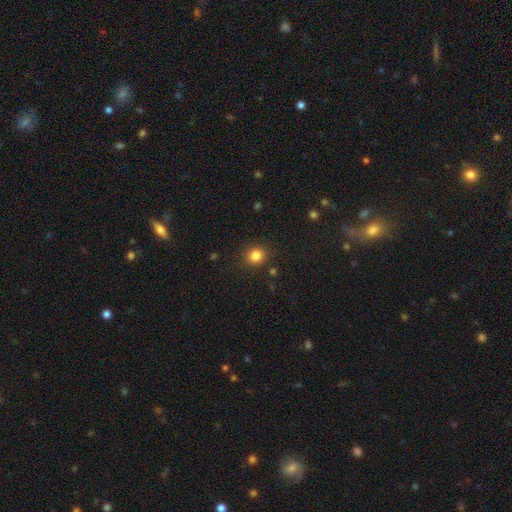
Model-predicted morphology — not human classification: Smooth or featured?
  - smooth: 84% *
  - star or artifact: 12%
  - featured or disk: 5%
How rounded?
  - round: 85% *
  - in between: 14%
  - cigar-shaped: 1%
Merging?
  - none: 88% *
  - minor disturbance: 7%
  - major disturbance: 3%
  - merger: 2%